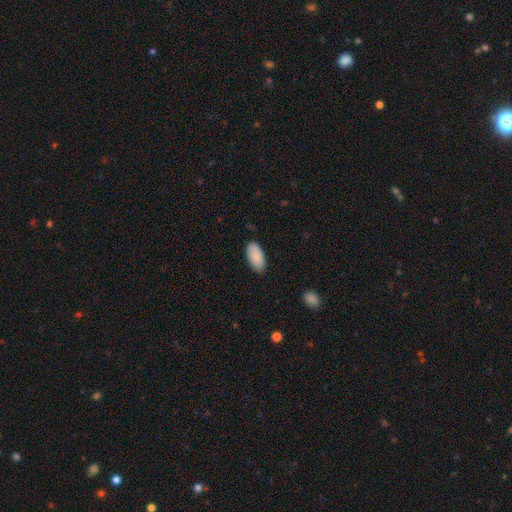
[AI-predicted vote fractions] Smooth or featured?
  - smooth: 89% *
  - star or artifact: 6%
  - featured or disk: 5%
How rounded?
  - in between: 94% *
  - cigar-shaped: 4%
  - round: 2%
Merging?
  - none: 85% *
  - minor disturbance: 12%
  - major disturbance: 2%
  - merger: 1%